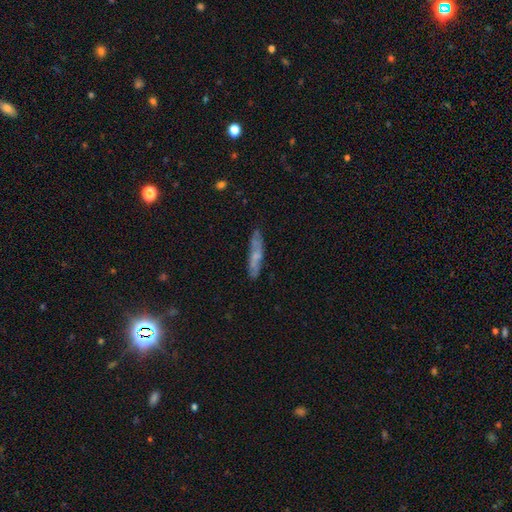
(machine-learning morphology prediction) smooth 51%, featured or disk 40%, star or artifact 8%. Down the decision tree: how rounded — cigar-shaped (85%); merging — none (79%).